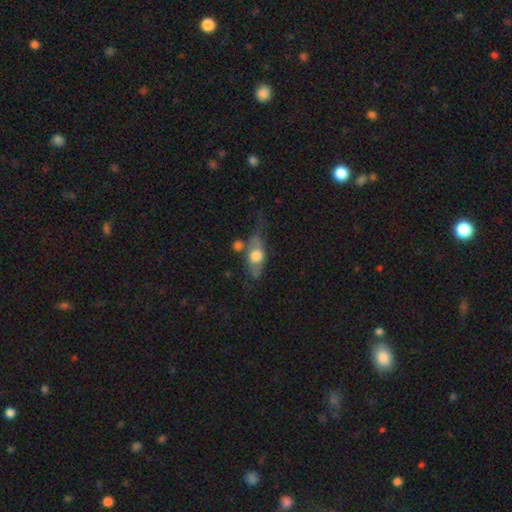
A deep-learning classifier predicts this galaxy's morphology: Smooth or featured? smooth (49%)
Merging? none (45%)